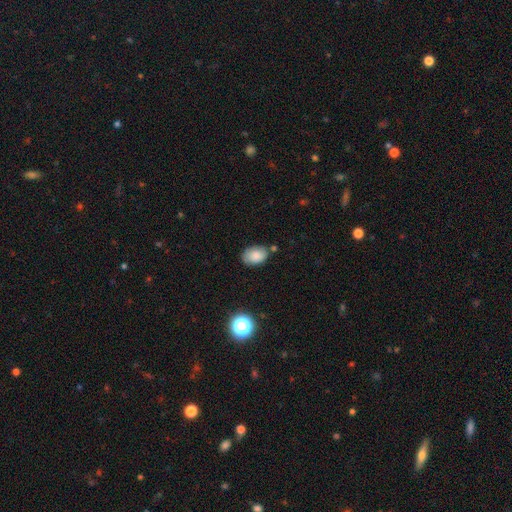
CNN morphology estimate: Overall: smooth (82%). How rounded: in between (82%). Merging: none (70%).